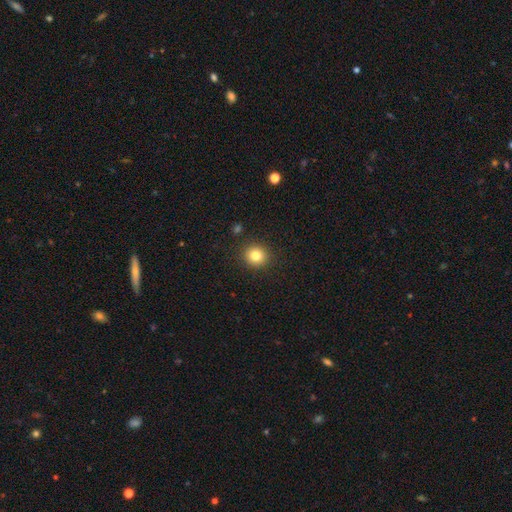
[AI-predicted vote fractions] This appears to be a smooth galaxy with no disk features (81%) that is round (89%). Merging: none (90%).